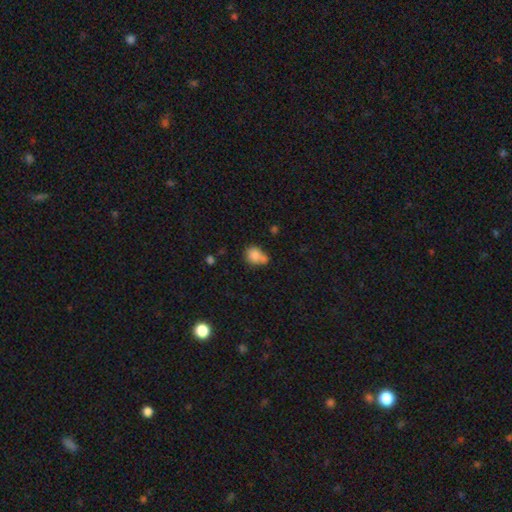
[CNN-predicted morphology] smooth 80%, star or artifact 10%, featured or disk 10%. Down the decision tree: how rounded — round (57%); merging — none (39%).